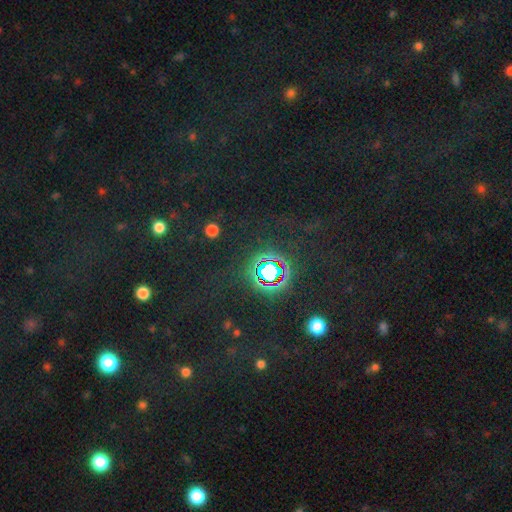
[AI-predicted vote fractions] Overall: star or artifact (73%).